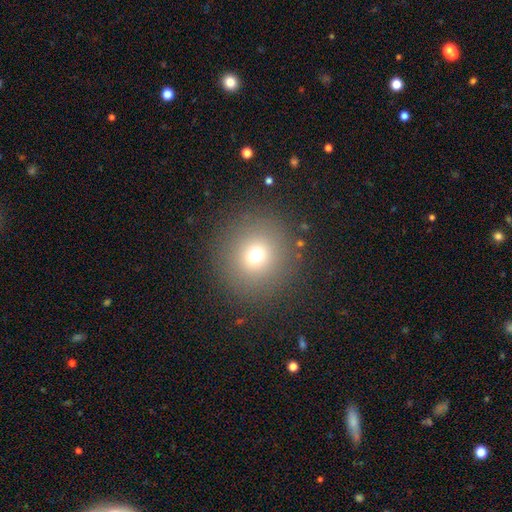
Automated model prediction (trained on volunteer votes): Overall: smooth (69%). How rounded: round (94%). Merging: none (88%).